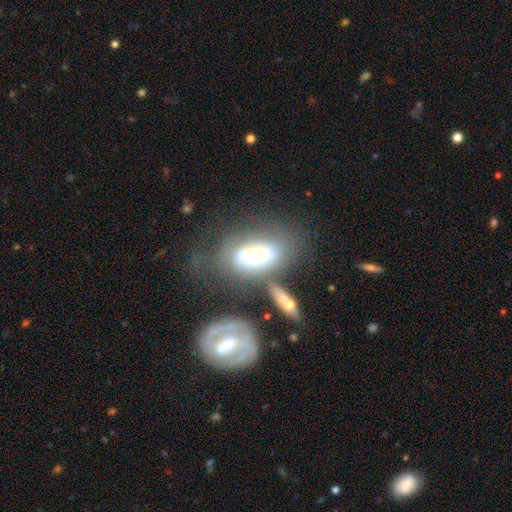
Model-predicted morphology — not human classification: The model was most divided on "merging": none: 39%, merger: 25%, minor disturbance: 19%, major disturbance: 17%. More confident: edge-on disk — no (80%); smooth or featured — featured or disk (51%).